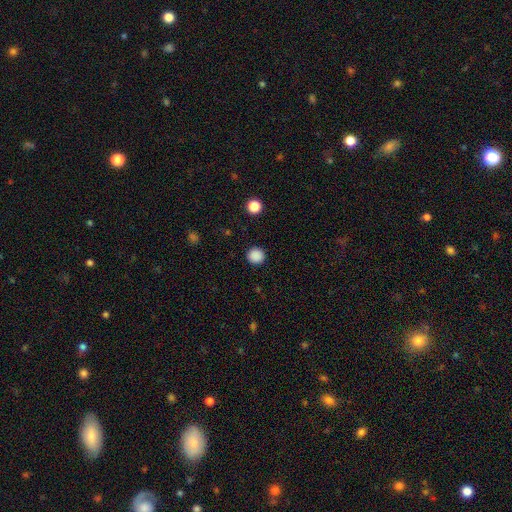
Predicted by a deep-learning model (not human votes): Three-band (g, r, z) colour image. It shows a smooth galaxy with no disk features (87%) that is round (93%). Merging: none (92%).